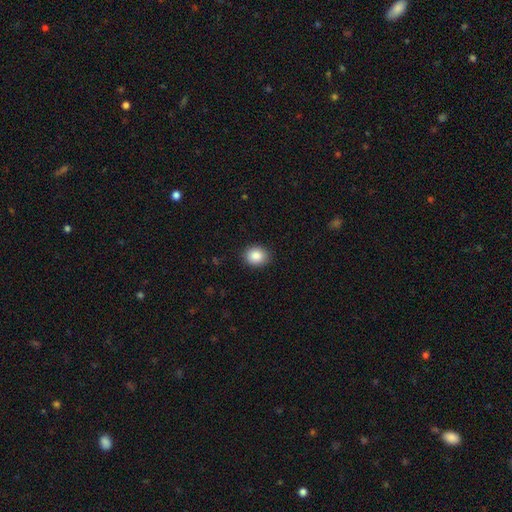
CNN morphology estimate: smooth_or_featured: smooth (p=0.87) [alt: star or artifact p=0.09]
how_rounded: round (p=0.62) [alt: in between p=0.37]
merging: none (p=0.89) [alt: minor disturbance p=0.08]